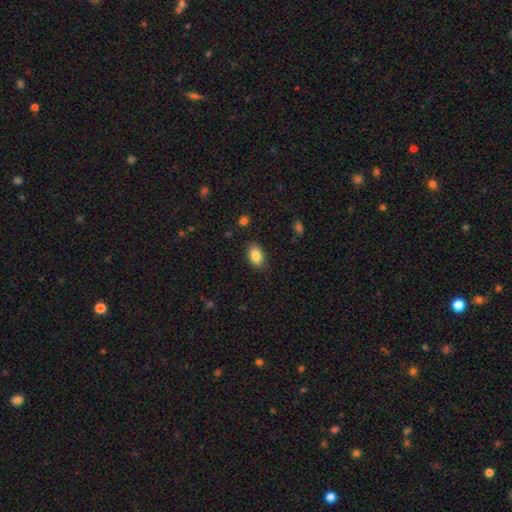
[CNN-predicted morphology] Smooth or featured? smooth (86%)
How rounded? in between (87%)
Merging? none (85%)